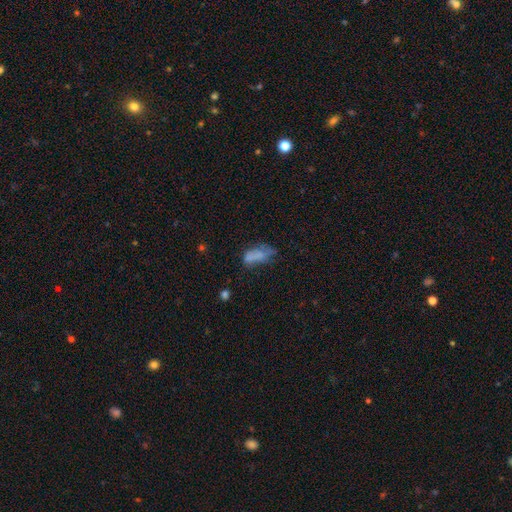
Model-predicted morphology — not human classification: This is likely a smooth galaxy (63%). How rounded: clearly in between (80%). Merging: marginally none (33%).